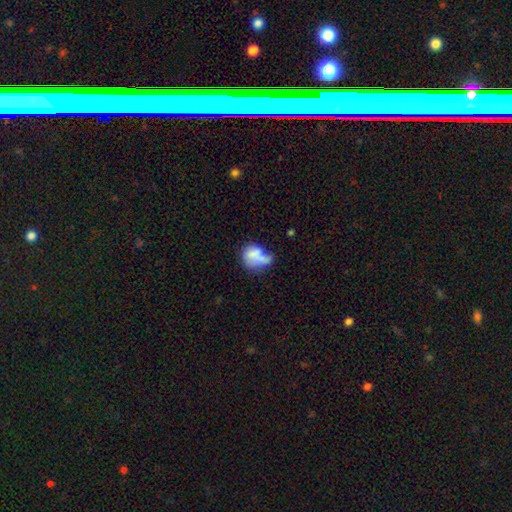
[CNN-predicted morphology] Smooth or featured? Predicted: smooth (p=0.66). How rounded? Predicted: in between (p=0.62). Merging? Predicted: merger (p=0.32).